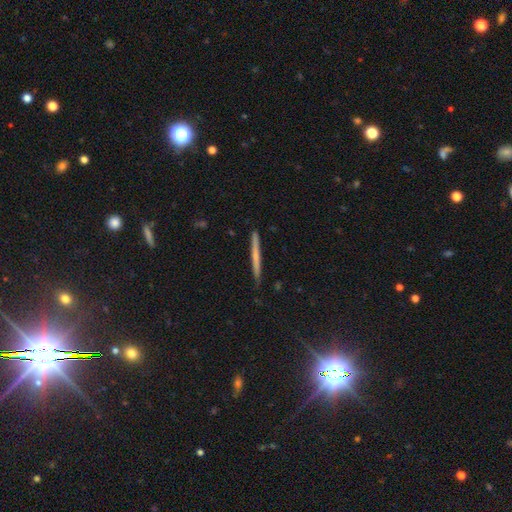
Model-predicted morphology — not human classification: smooth 53%, featured or disk 41%, star or artifact 6%. Down the decision tree: how rounded — cigar-shaped (97%); merging — none (89%).